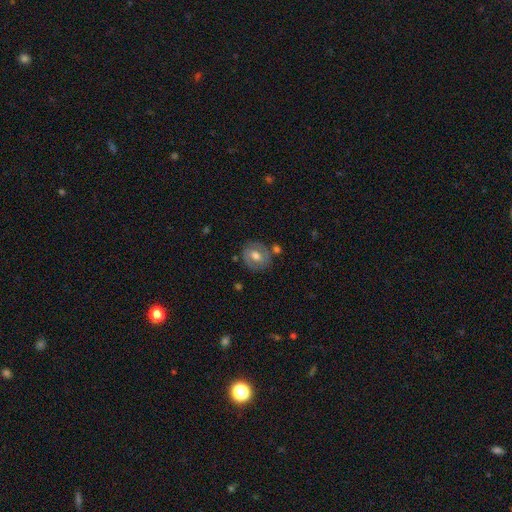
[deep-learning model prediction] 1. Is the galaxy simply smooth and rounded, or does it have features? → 54% smooth, 38% featured or disk, 8% star or artifact.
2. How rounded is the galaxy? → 68% round, 31% in between, 1% cigar-shaped.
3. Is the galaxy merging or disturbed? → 74% none, 14% minor disturbance, 7% merger, 4% major disturbance.